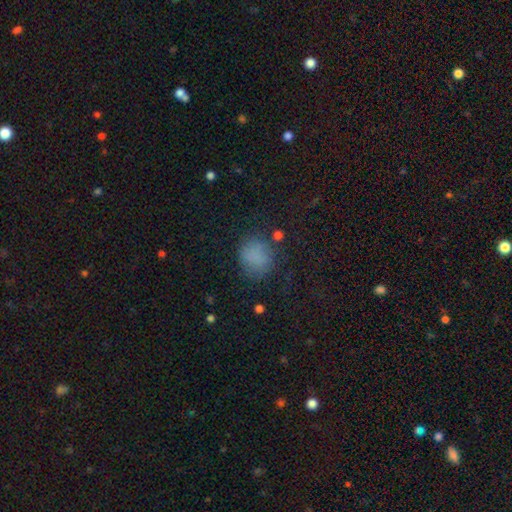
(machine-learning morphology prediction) Q: Smooth or featured?
A: smooth (78%); runner-up: star or artifact (14%)
Q: How rounded?
A: round (76%); runner-up: in between (23%)
Q: Merging?
A: none (71%); runner-up: minor disturbance (17%)